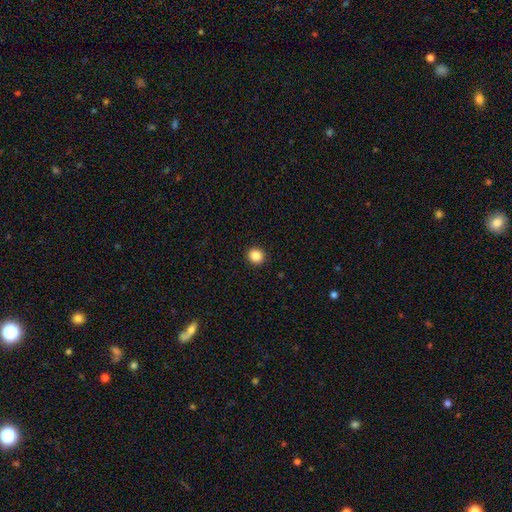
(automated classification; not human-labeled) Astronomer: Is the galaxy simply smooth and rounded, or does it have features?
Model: smooth — 87%.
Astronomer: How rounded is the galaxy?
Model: round — 91%.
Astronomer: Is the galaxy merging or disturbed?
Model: none — 93%.